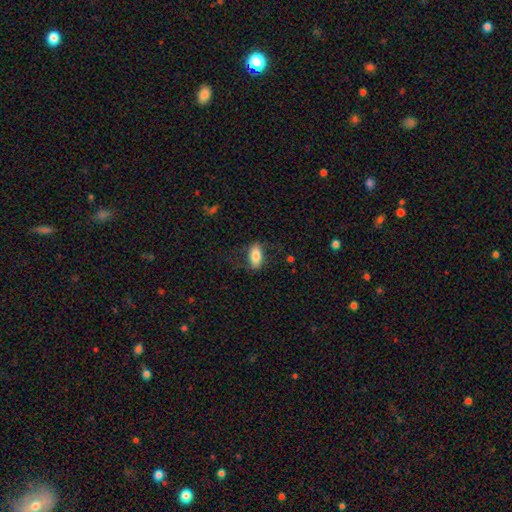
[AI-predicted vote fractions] A smooth galaxy with no disk features (78%) that is in between round and cigar-shaped (84%). Merging: none (74%).